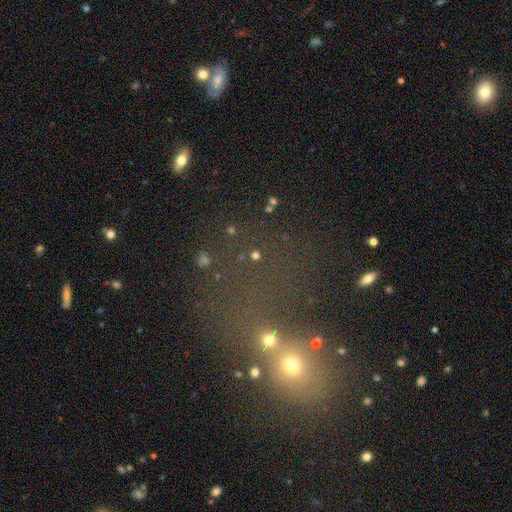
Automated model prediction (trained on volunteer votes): This appears to be a star or artifact, not a galaxy (49%).